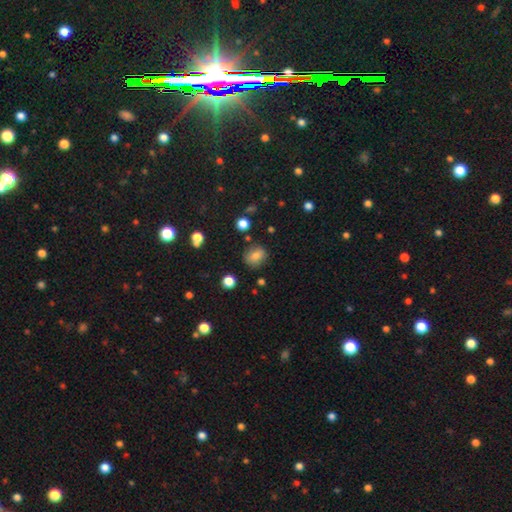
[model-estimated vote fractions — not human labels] This is likely a smooth galaxy (79%). How rounded: likely round (70%). Merging: clearly none (82%).